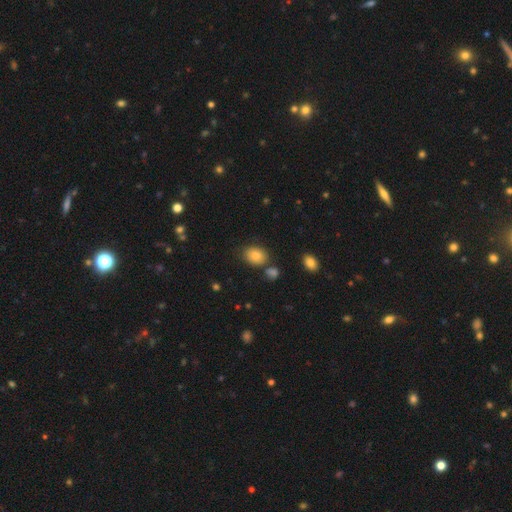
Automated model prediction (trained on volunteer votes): Smooth or featured? Predicted: smooth (p=0.84). How rounded? Predicted: in between (p=0.64). Merging? Predicted: none (p=0.74).